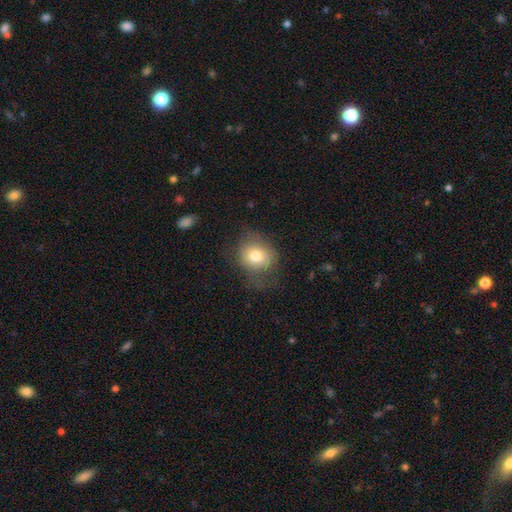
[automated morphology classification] A smooth galaxy with no disk features (75%) that is round (64%). Merging: none (56%).